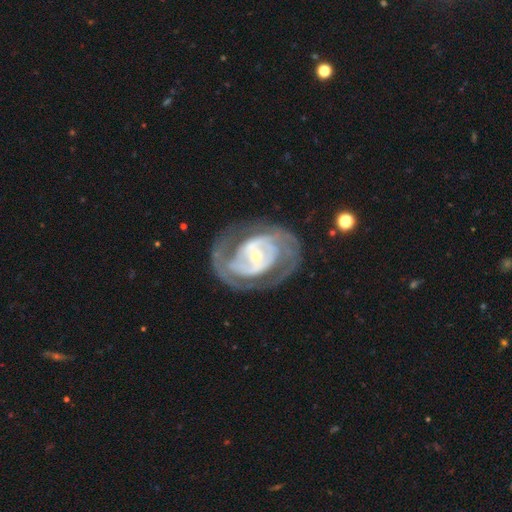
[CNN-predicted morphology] Q: Smooth or featured?
A: featured or disk (87%); runner-up: smooth (9%)
Q: Edge-on disk?
A: no (97%); runner-up: yes (3%)
Q: Bar?
A: no (43%); runner-up: weak (36%)
Q: Spiral arms?
A: yes (89%); runner-up: no (11%)
Q: Spiral winding?
A: tight (54%); runner-up: medium (35%)
Q: Spiral arm count?
A: 2 (57%); runner-up: can't tell (22%)
Q: Bulge size?
A: small (65%); runner-up: moderate (28%)
Q: Merging?
A: none (68%); runner-up: minor disturbance (16%)